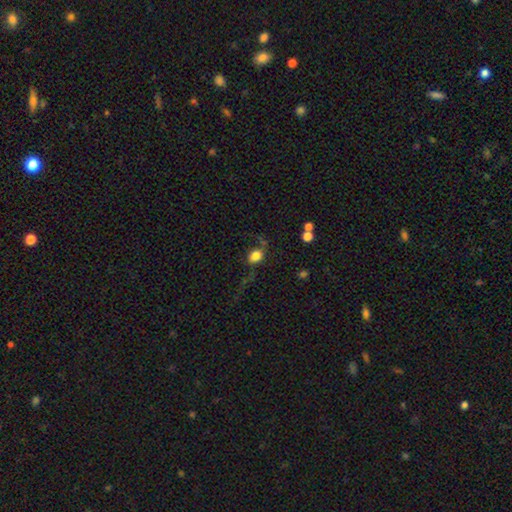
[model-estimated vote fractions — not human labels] smooth_or_featured: smooth (p=0.76) [alt: featured or disk p=0.14]
how_rounded: in between (p=0.55) [alt: round p=0.43]
merging: none (p=0.52) [alt: major disturbance p=0.23]